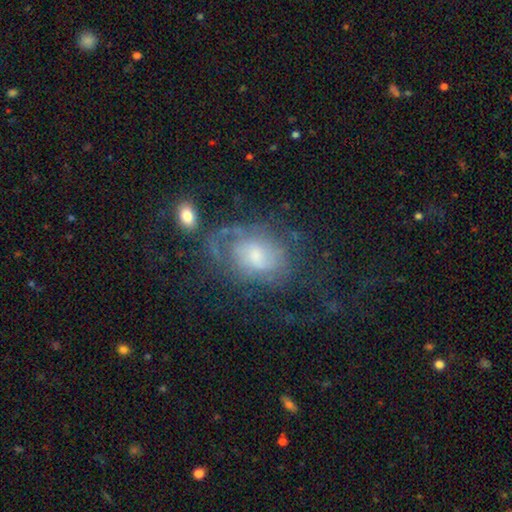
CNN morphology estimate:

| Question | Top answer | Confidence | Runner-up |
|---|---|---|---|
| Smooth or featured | featured or disk | 60% | smooth (28%) |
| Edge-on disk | no | 96% | yes (4%) |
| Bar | no | 63% | weak (32%) |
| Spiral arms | yes | 70% | no (30%) |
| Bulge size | small | 44% | moderate (40%) |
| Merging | none | 43% | major disturbance (29%) |